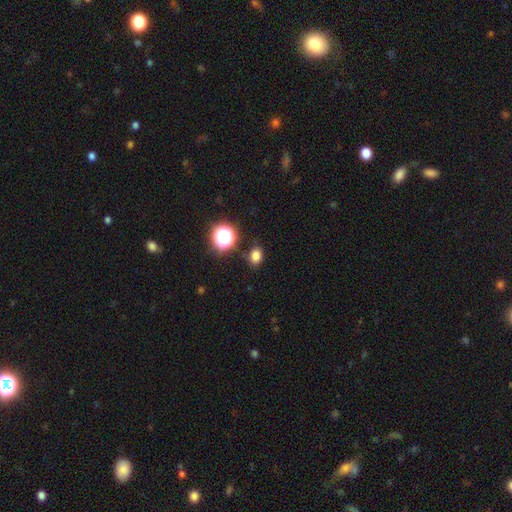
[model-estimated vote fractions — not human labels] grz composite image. It shows a smooth galaxy with no disk features (78%) that is in between round and cigar-shaped (56%). Merging: none (82%).